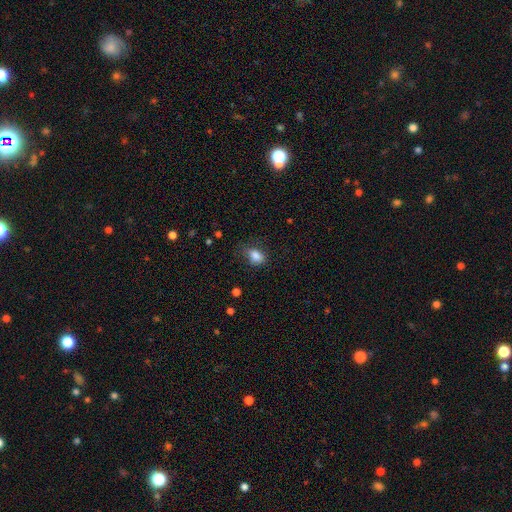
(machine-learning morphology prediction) Smooth or featured?
  - smooth: 83% *
  - star or artifact: 10%
  - featured or disk: 7%
How rounded?
  - in between: 79% *
  - round: 19%
  - cigar-shaped: 2%
Merging?
  - none: 58% *
  - minor disturbance: 29%
  - major disturbance: 11%
  - merger: 2%